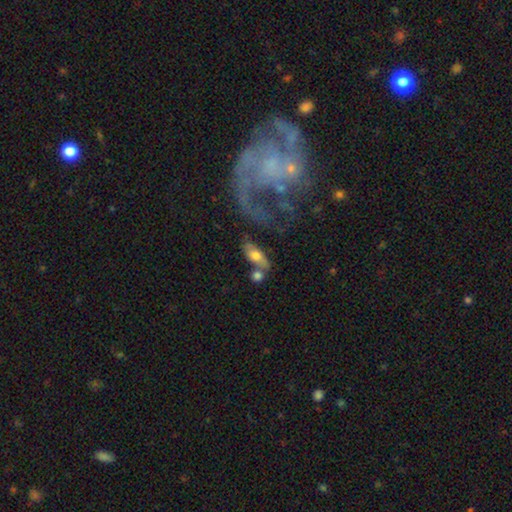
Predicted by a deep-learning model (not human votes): Overall: smooth (62%; featured or disk 31%). How rounded: in between (77%). Merging: none (52%; merger 28%).